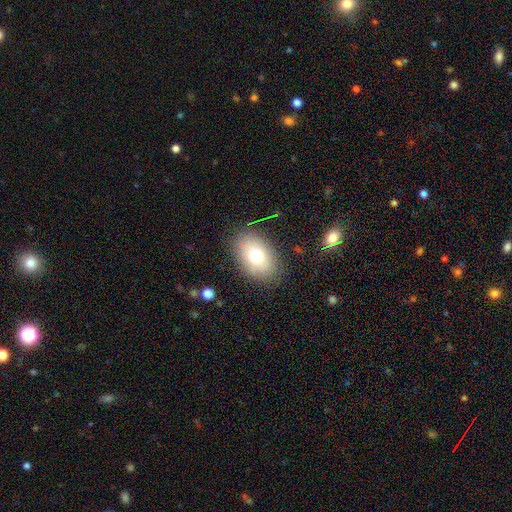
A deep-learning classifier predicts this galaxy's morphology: type=smooth (72%); roundness=in between (80%); merging=none (83%).